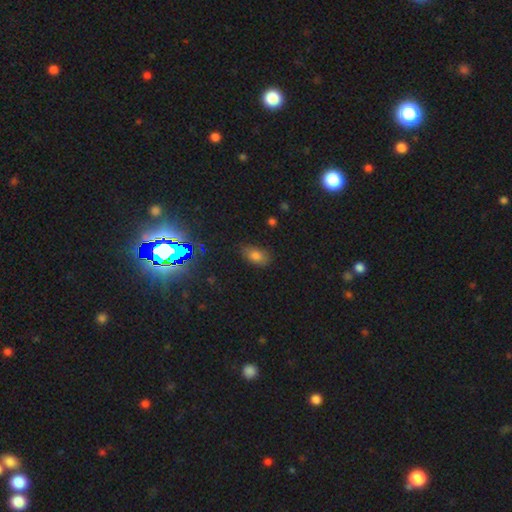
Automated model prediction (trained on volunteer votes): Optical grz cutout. It shows a smooth galaxy with no disk features (73%) that is in between round and cigar-shaped (86%). Merging: none (73%).